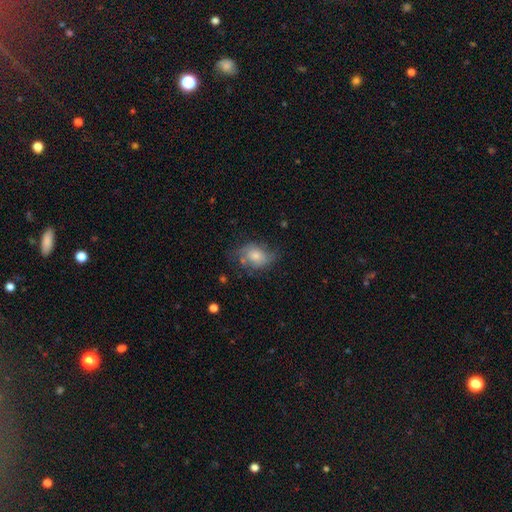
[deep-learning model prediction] smooth_or_featured: smooth (p=0.60) [alt: featured or disk p=0.32]
how_rounded: in between (p=0.69) [alt: round p=0.30]
merging: none (p=0.47) [alt: minor disturbance p=0.31]